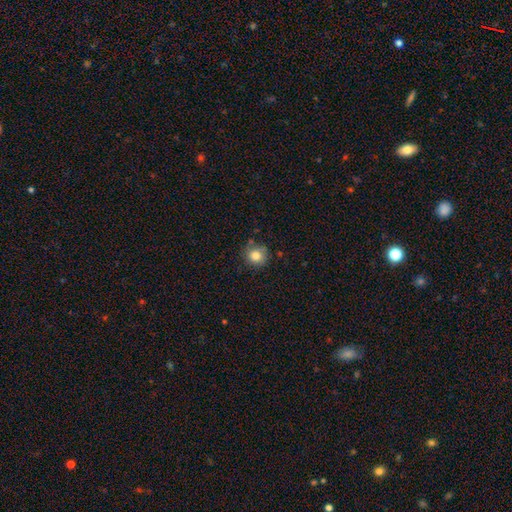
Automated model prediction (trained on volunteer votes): smooth-or-featured: smooth: 82% | star or artifact: 11% | featured or disk: 8%
  how-rounded: round: 90% | in between: 9% | cigar-shaped: 1%
  merging: none: 79% | minor disturbance: 15% | major disturbance: 3% | merger: 3%